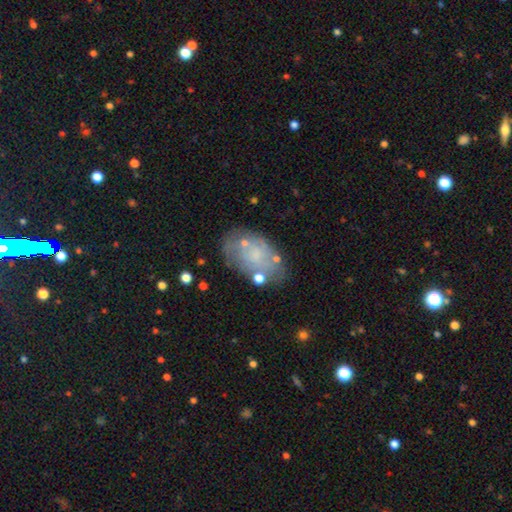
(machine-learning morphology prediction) Overall: smooth (45%, tied with featured or disk). Merging: none (60%; minor disturbance 23%).